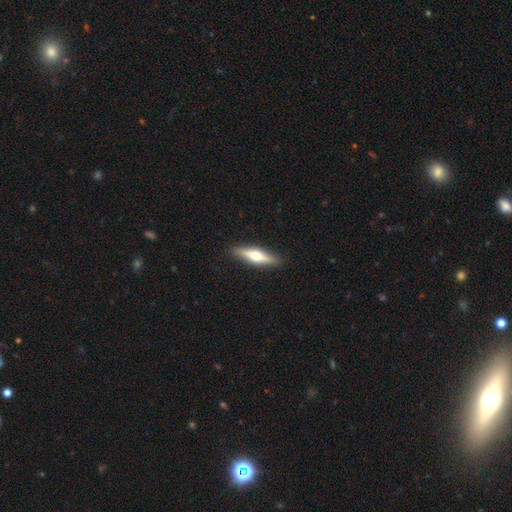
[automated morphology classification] Smooth or featured?
  - featured or disk: 55% *
  - smooth: 40%
  - star or artifact: 5%
Edge-on disk?
  - yes: 94% *
  - no: 6%
Edge-on bulge?
  - rounded: 92% *
  - boxy: 4%
  - none: 4%
Merging?
  - none: 89% *
  - minor disturbance: 8%
  - major disturbance: 2%
  - merger: 1%